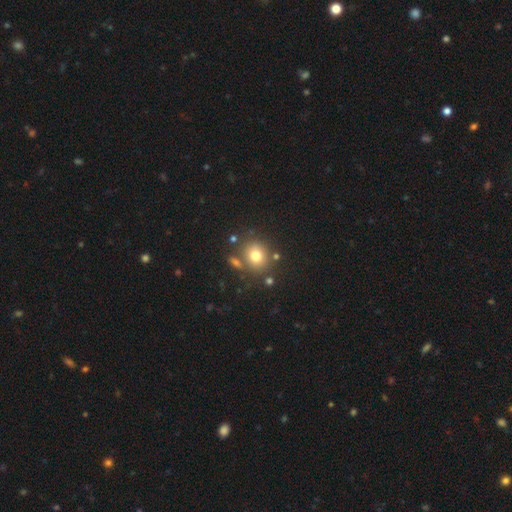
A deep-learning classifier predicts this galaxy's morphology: Smooth or featured?
  - smooth: 75% *
  - star or artifact: 13%
  - featured or disk: 11%
How rounded?
  - round: 79% *
  - in between: 20%
  - cigar-shaped: 1%
Merging?
  - none: 73% *
  - merger: 12%
  - minor disturbance: 11%
  - major disturbance: 4%